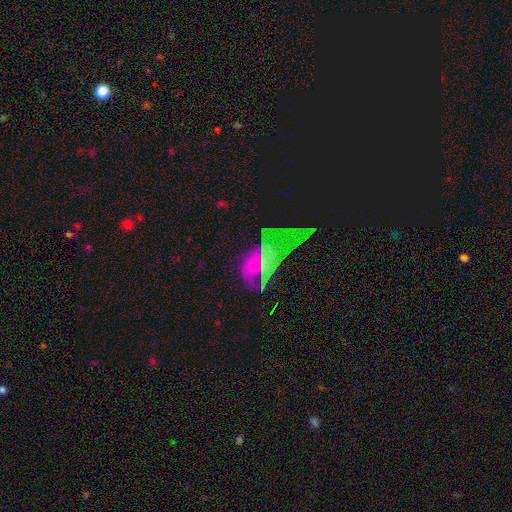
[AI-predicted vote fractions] Morphology: type=featured or disk (45%); merging=none (46%).